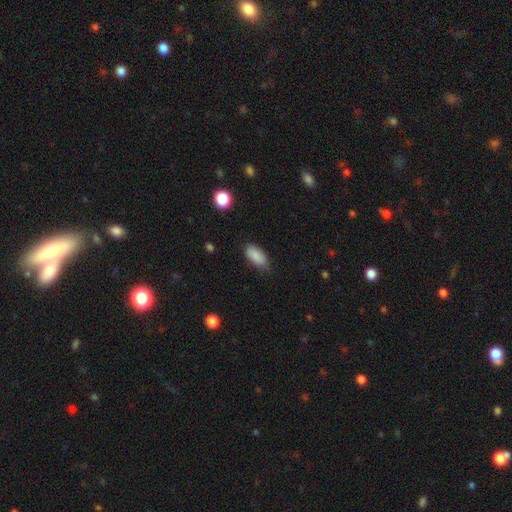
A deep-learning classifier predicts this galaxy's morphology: This appears to be a smooth galaxy with no disk features (87%) that is in between round and cigar-shaped (91%). Merging: none (70%).